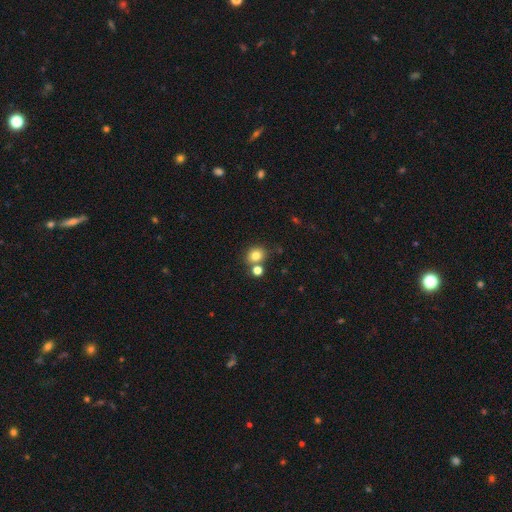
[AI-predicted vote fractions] This is likely a smooth galaxy (80%). How rounded: likely round (76%). Merging: likely none (64%).